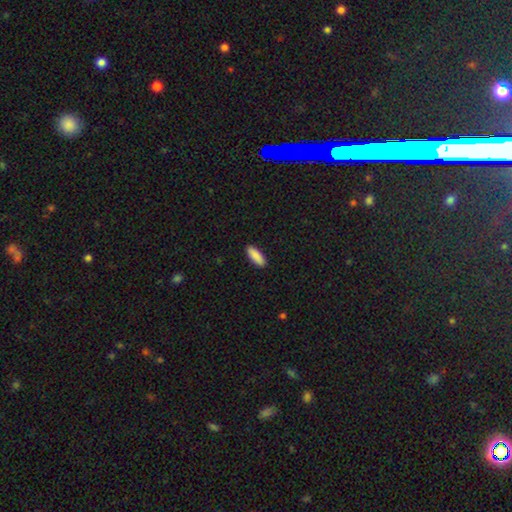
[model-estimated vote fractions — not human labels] Smooth or featured? smooth (90%)
How rounded? in between (69%)
Merging? none (91%)